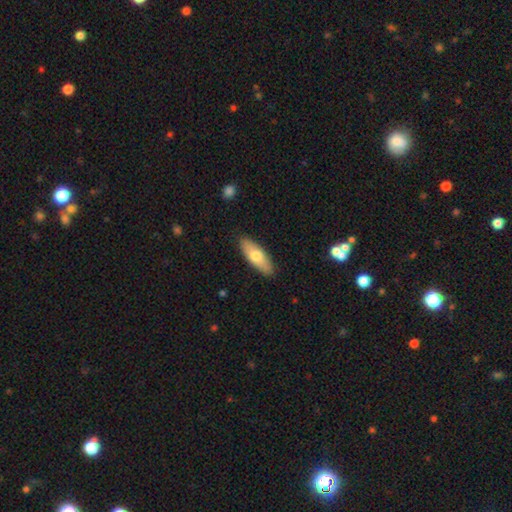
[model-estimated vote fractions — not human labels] This appears to be a smooth galaxy with no disk features (71%) that is in between round and cigar-shaped (65%). Merging: none (88%).